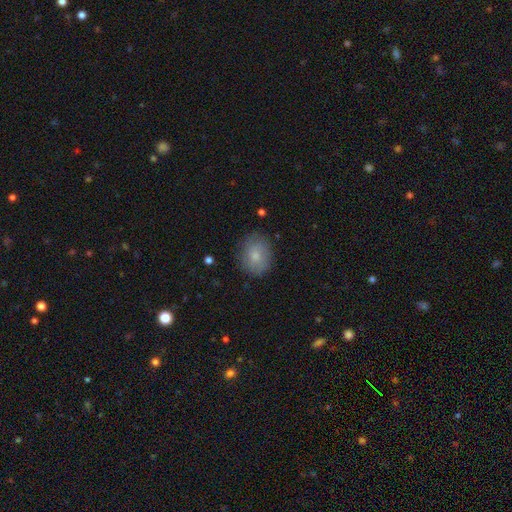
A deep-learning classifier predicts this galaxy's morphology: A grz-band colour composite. It shows a smooth galaxy with no disk features (72%) that is round (53%). Merging: none (78%).